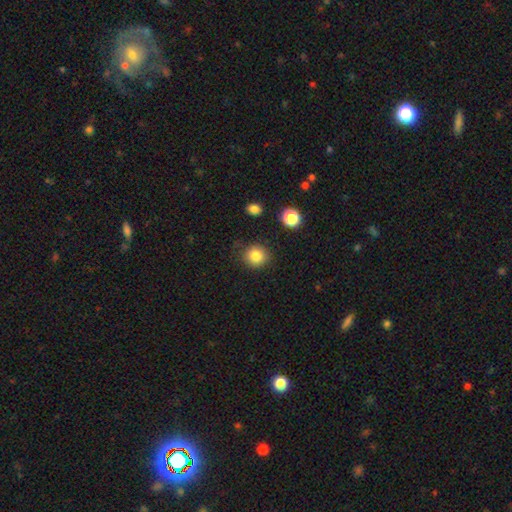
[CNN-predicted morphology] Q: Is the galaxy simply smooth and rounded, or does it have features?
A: smooth — 84%.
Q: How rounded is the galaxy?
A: round — 88%.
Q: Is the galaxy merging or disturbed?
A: none — 85%.